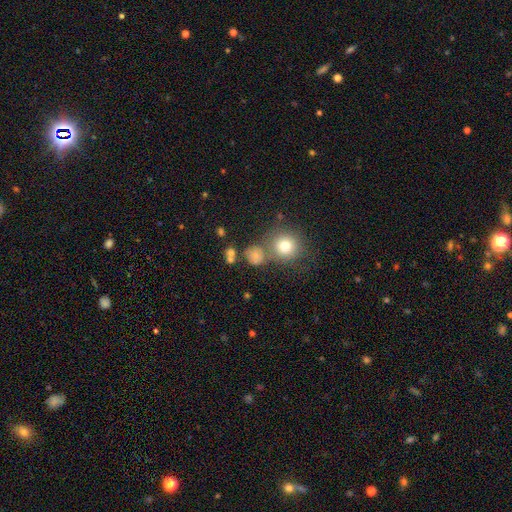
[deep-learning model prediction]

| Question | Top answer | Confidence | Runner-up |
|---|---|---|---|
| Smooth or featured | smooth | 68% | star or artifact (17%) |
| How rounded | round | 84% | in between (14%) |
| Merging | none | 61% | merger (20%) |